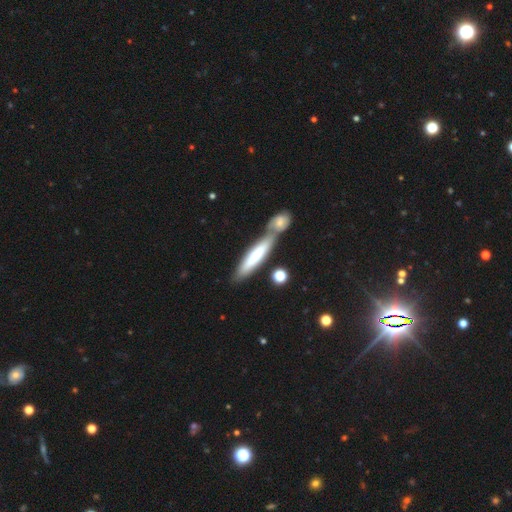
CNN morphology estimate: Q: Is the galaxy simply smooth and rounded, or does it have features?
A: smooth — 56%.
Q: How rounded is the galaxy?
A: cigar-shaped — 78%.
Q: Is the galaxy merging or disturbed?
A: none — 44%.